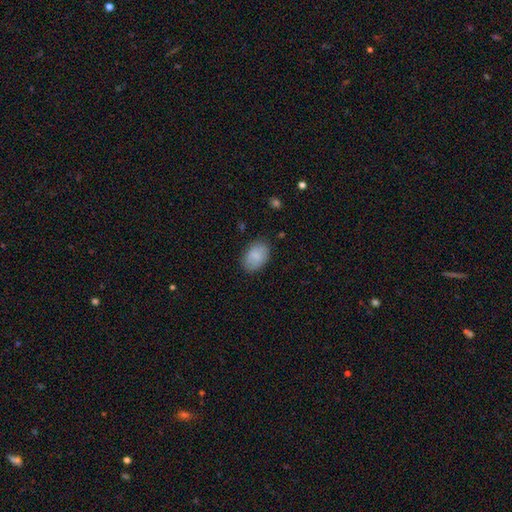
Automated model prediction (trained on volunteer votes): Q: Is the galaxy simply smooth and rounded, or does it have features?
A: smooth — 83%.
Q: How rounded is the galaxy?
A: in between — 86%.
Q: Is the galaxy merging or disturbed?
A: none — 82%.